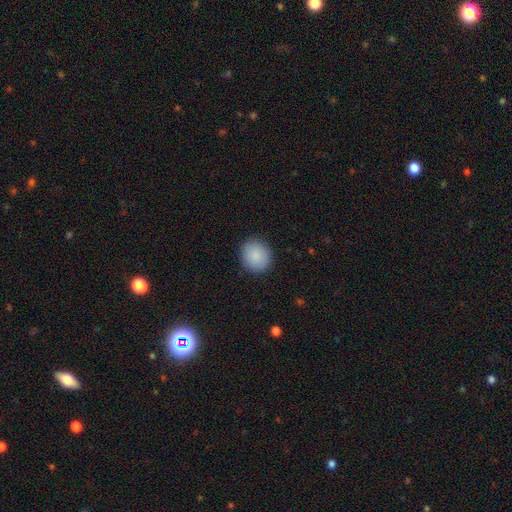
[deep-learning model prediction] This is clearly a smooth galaxy (89%). How rounded: clearly round (84%). Merging: clearly none (90%).